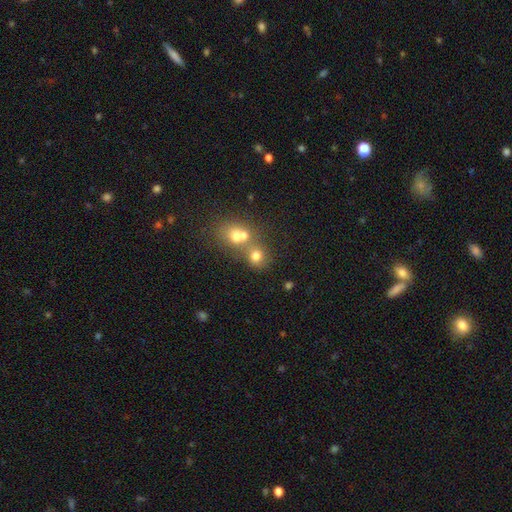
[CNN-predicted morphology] smooth-or-featured: smooth: 71% | featured or disk: 15% | star or artifact: 14%
  how-rounded: round: 73% | in between: 26% | cigar-shaped: 1%
  merging: merger: 51% | none: 37% | minor disturbance: 7% | major disturbance: 4%